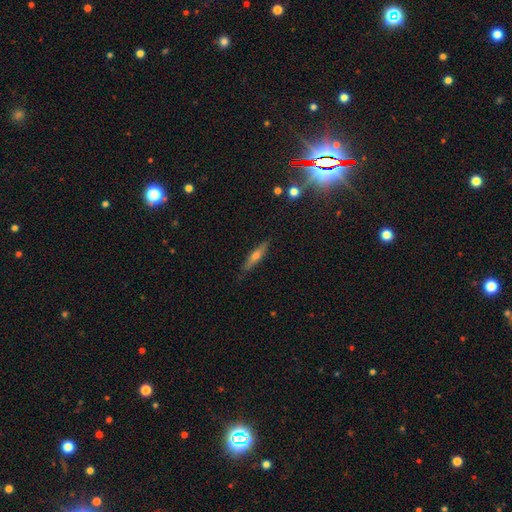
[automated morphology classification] This is possibly a featured or disk galaxy (53%). It is clearly viewed edge-on (93%). Merging: clearly none (87%).